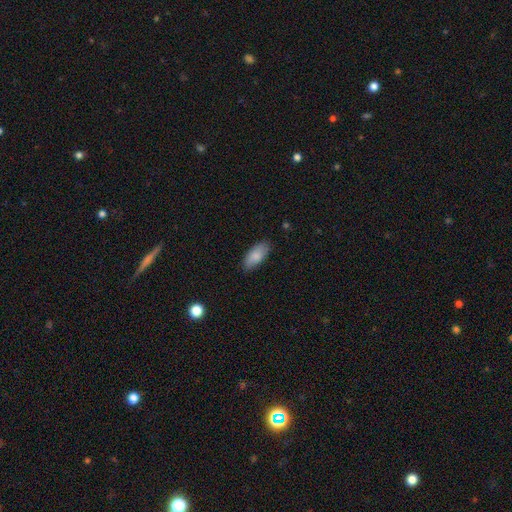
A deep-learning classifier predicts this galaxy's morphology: smooth-or-featured: smooth: 86% | featured or disk: 8% | star or artifact: 6%
  how-rounded: in between: 89% | cigar-shaped: 9% | round: 2%
  merging: none: 84% | minor disturbance: 13% | major disturbance: 2% | merger: 1%